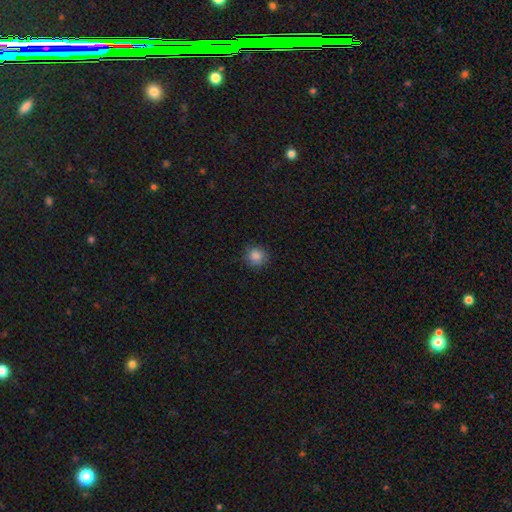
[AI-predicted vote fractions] A smooth galaxy with no disk features (86%) that is round (93%). Merging: none (89%).